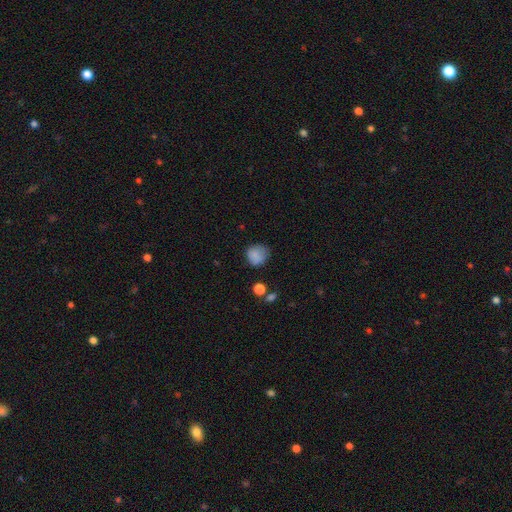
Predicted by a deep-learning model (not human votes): Smooth or featured?
  - smooth: 83% *
  - star or artifact: 10%
  - featured or disk: 7%
How rounded?
  - round: 79% *
  - in between: 20%
  - cigar-shaped: 1%
Merging?
  - none: 64% *
  - minor disturbance: 26%
  - major disturbance: 7%
  - merger: 3%